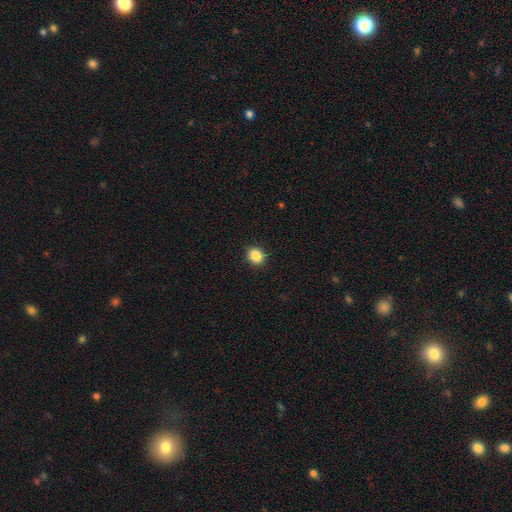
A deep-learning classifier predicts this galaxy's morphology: Smooth or featured? smooth (87%)
How rounded? round (74%)
Merging? none (91%)